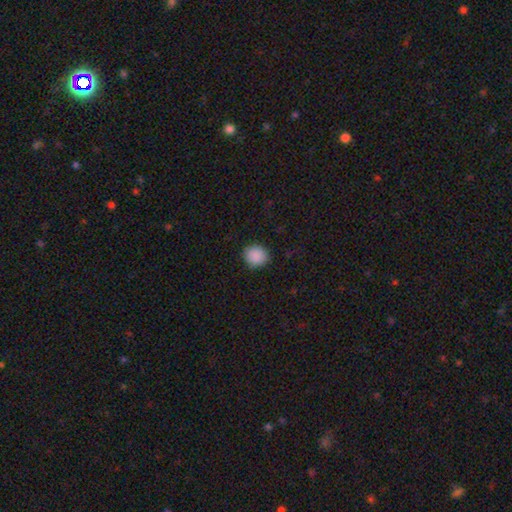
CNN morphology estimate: Overall: smooth (89%). How rounded: round (85%). Merging: none (87%).